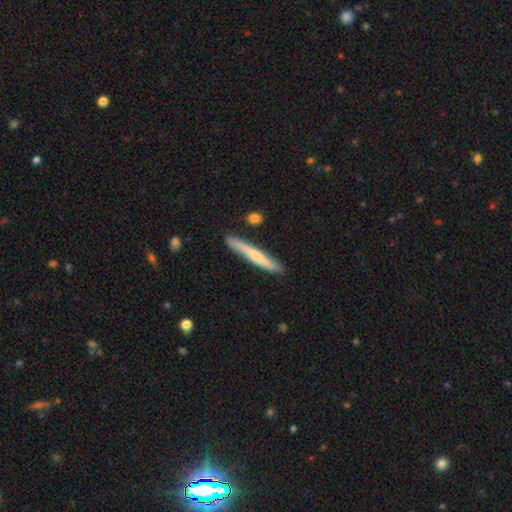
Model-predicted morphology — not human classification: smooth 61%, featured or disk 34%, star or artifact 5%. Down the decision tree: how rounded — cigar-shaped (96%); merging — none (84%).